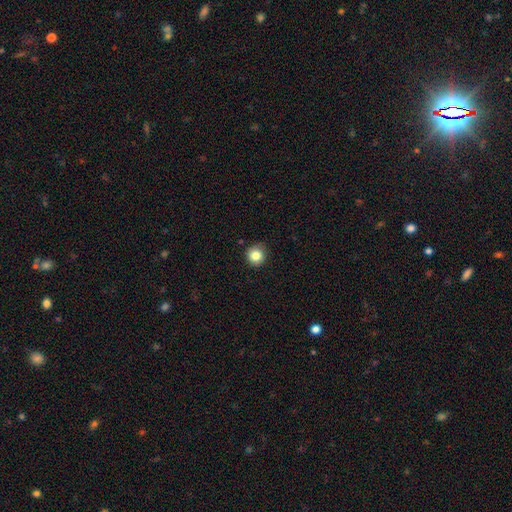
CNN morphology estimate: The model was most divided on "smooth or featured": smooth: 84%, star or artifact: 10%, featured or disk: 6%. More confident: how rounded — round (93%); merging — none (86%).